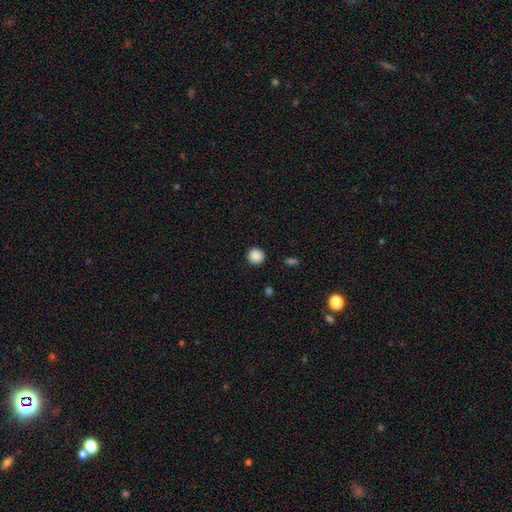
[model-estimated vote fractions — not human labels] Overall: smooth (89%). How rounded: round (93%). Merging: none (91%).